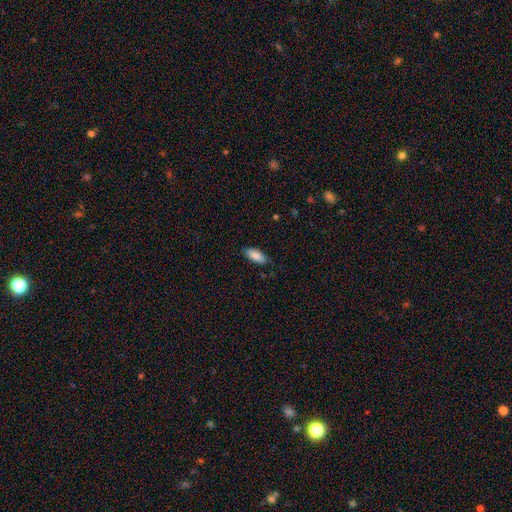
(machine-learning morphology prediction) A smooth galaxy with no disk features (87%) that is in between round and cigar-shaped (83%). Merging: none (83%).